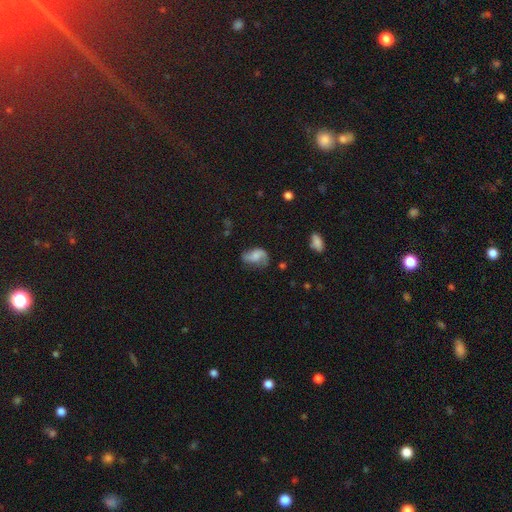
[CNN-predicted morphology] The model was most divided on "smooth or featured": featured or disk: 52%, smooth: 39%, star or artifact: 10%. Remaining: edge-on disk — no (96%); merging — none (50%).